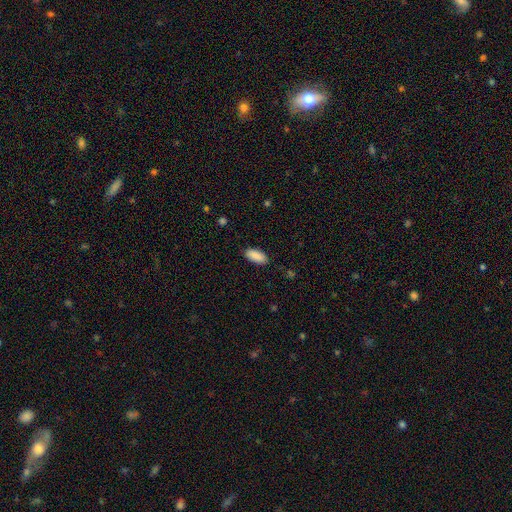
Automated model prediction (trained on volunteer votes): Overall: smooth (90%). How rounded: in between (89%). Merging: none (88%).